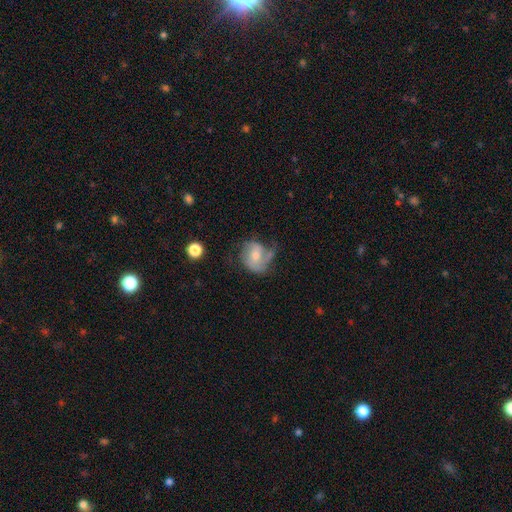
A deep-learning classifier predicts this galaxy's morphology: This appears to be a featured or disk galaxy (64%) with no bar (57%), 2 (47%) medium (43%) spiral arms (85%) and a moderate central bulge (50%). Merging: none (42%).